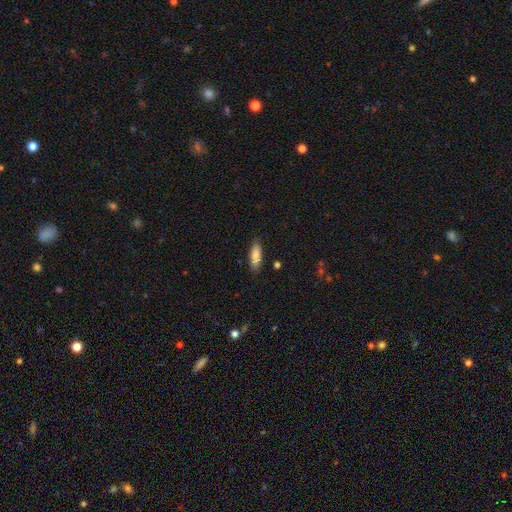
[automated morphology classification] The model was most divided on "how rounded": in between: 54%, cigar-shaped: 44%, round: 2%. More confident: merging — none (86%); smooth or featured — smooth (83%).